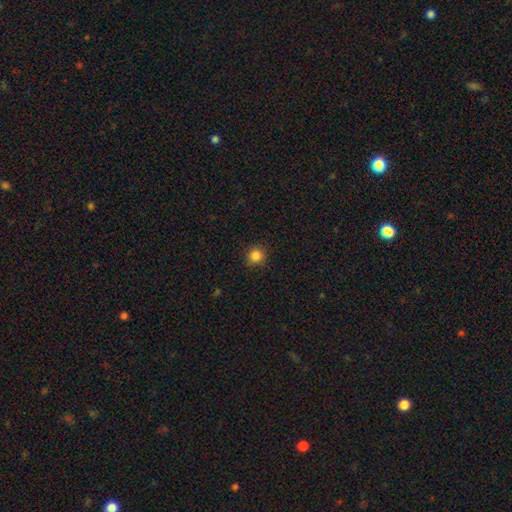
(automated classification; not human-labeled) Overall: smooth (85%). How rounded: round (90%). Merging: none (89%).